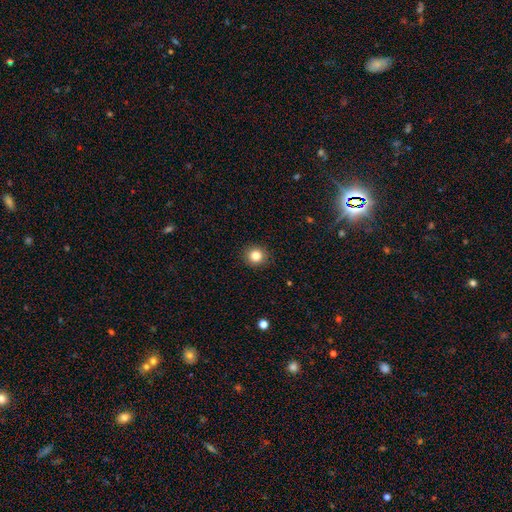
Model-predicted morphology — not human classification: Smooth or featured? Predicted: smooth (p=0.83). How rounded? Predicted: round (p=0.91). Merging? Predicted: none (p=0.92).